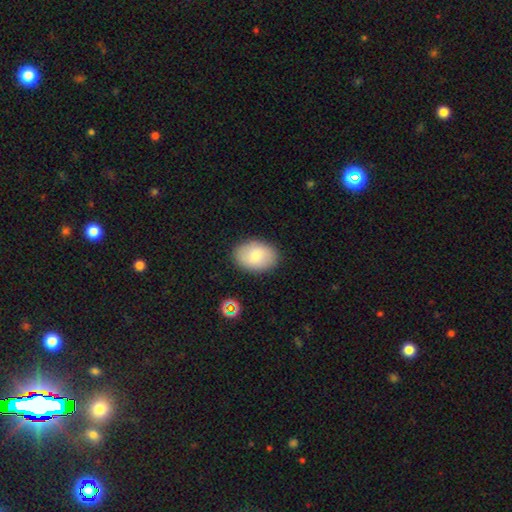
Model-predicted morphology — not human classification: smooth_or_featured: smooth (p=0.81) [alt: featured or disk p=0.12]
how_rounded: in between (p=0.81) [alt: round p=0.18]
merging: none (p=0.87) [alt: minor disturbance p=0.09]